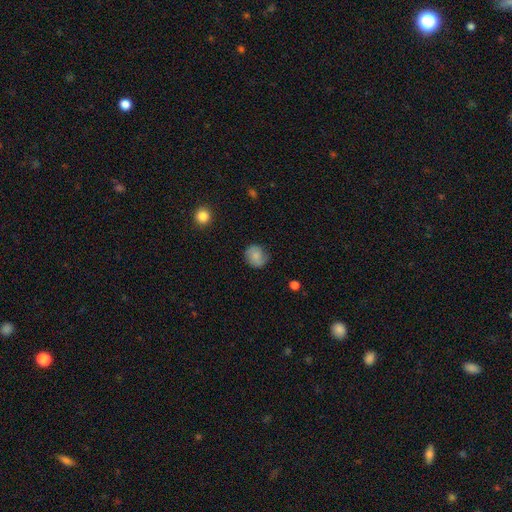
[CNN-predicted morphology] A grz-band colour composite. It shows a smooth galaxy with no disk features (68%) that is round (77%). Merging: none (71%).